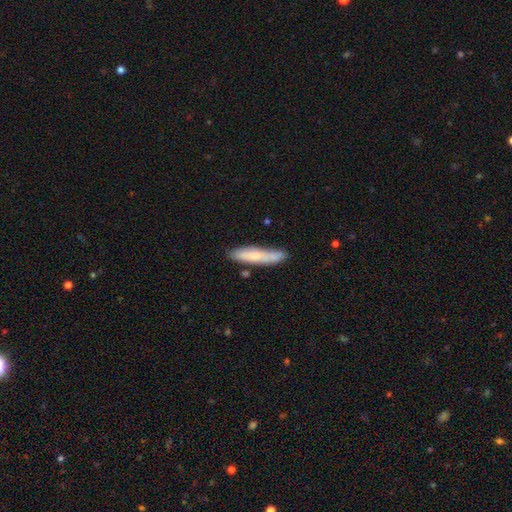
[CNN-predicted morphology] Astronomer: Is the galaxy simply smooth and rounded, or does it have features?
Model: smooth — 71%.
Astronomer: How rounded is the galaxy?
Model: cigar-shaped — 88%.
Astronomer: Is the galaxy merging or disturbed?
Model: none — 74%.